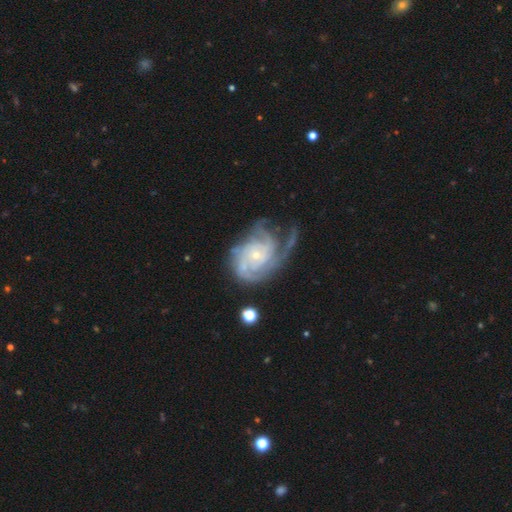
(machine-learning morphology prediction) This is clearly a featured or disk galaxy (88%). It is clearly not viewed edge-on (98%). Bar: likely no (75%). Spiral arm pattern: clearly yes (96%). Spiral arm count: marginally 3 (29%). Spiral winding: possibly tight (60%). Central bulge: likely small (74%). Merging: marginally none (44%).